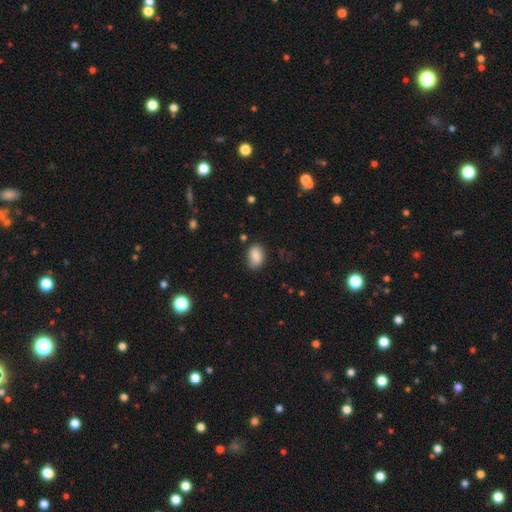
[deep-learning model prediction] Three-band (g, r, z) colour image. It shows a smooth galaxy with no disk features (81%) that is in between round and cigar-shaped (82%). Merging: none (74%).